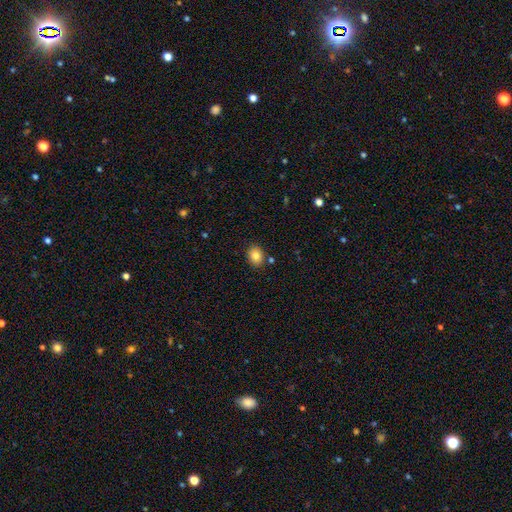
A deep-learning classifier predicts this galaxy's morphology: type=smooth (83%); roundness=round (51%); merging=none (84%).